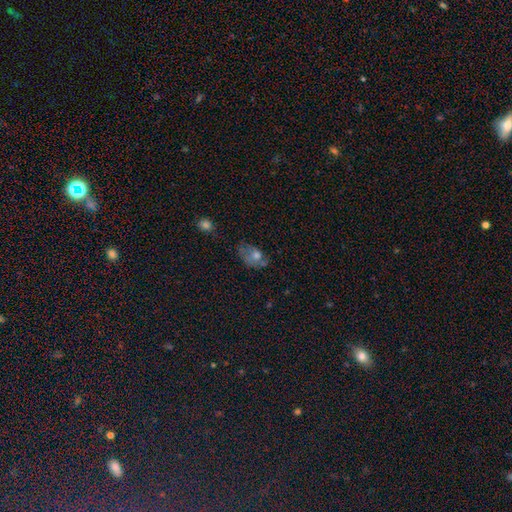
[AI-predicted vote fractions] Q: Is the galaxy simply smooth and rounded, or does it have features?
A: smooth — 51%.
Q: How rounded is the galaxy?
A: in between — 75%.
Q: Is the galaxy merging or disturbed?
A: none — 38%.